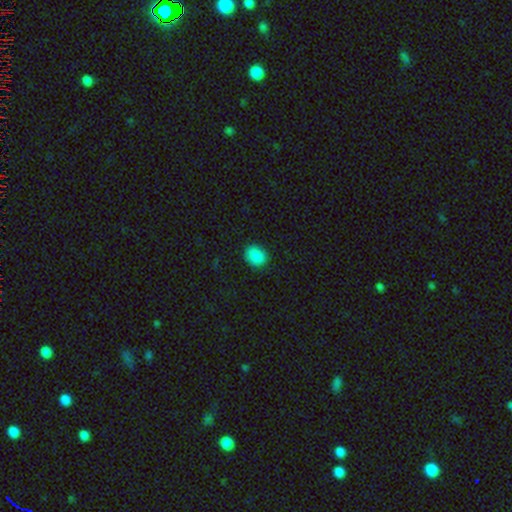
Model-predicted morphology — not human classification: type=smooth (88%); roundness=round (52%); merging=none (88%).